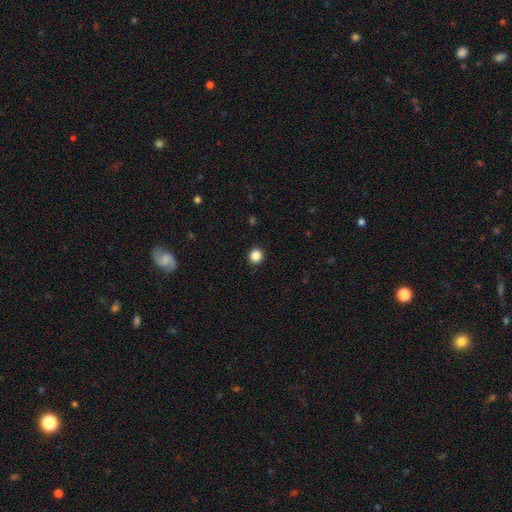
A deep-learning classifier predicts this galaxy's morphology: Smooth or featured? Predicted: smooth (p=0.86). How rounded? Predicted: round (p=0.93). Merging? Predicted: none (p=0.93).